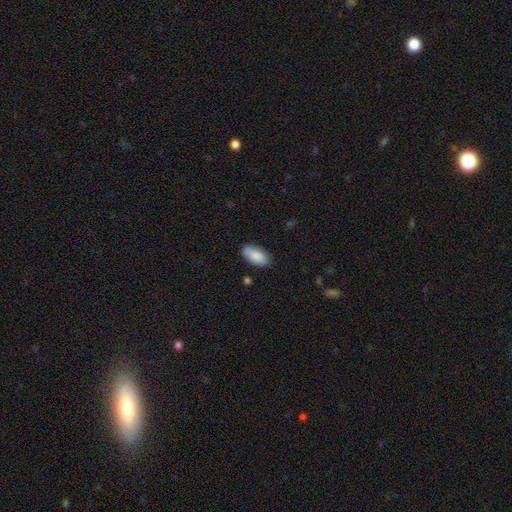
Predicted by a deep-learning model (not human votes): A smooth galaxy with no disk features (87%) that is in between round and cigar-shaped (94%).

Vote fractions:
- Smooth or featured? smooth: 87% / featured or disk: 7% / star or artifact: 6%
- How rounded? in between: 94% / cigar-shaped: 4% / round: 2%
- Merging? none: 83% / minor disturbance: 13% / major disturbance: 2% / merger: 2%